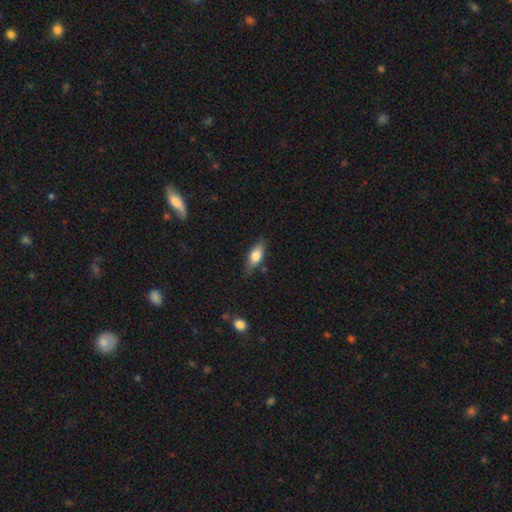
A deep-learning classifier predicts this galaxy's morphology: This is likely a smooth galaxy (73%). How rounded: likely in between (76%). Merging: likely none (75%).